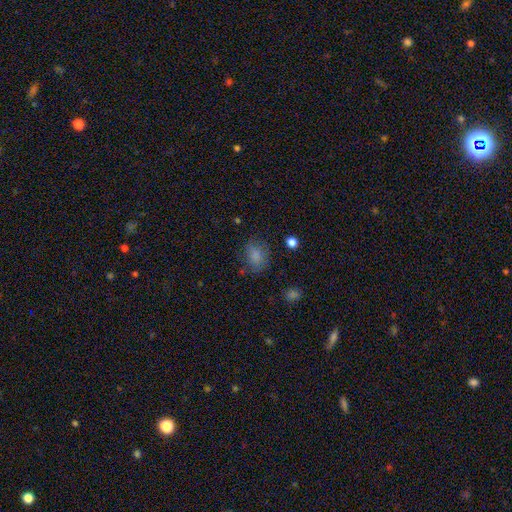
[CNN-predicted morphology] Smooth or featured? smooth (82%)
How rounded? in between (60%)
Merging? none (72%)